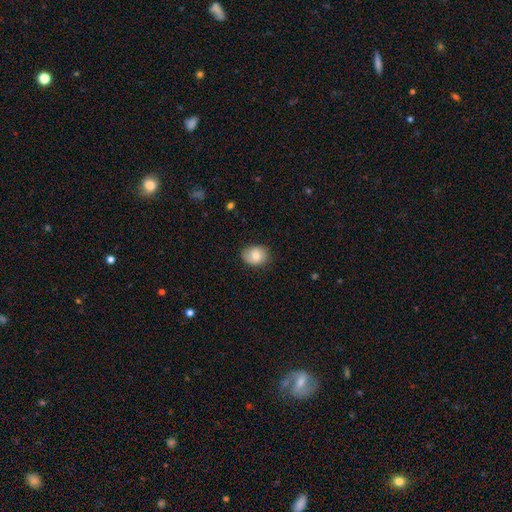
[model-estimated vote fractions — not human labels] Q: Smooth or featured?
A: smooth (79%); runner-up: featured or disk (13%)
Q: How rounded?
A: in between (55%); runner-up: round (44%)
Q: Merging?
A: none (79%); runner-up: minor disturbance (17%)